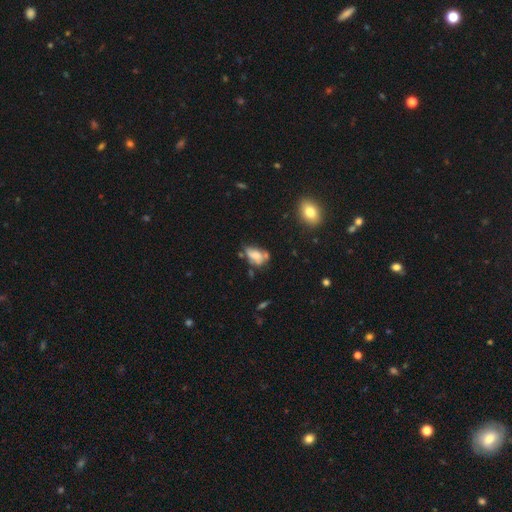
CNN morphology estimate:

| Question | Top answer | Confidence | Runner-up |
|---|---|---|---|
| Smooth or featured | smooth | 60% | featured or disk (29%) |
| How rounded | in between | 88% | round (8%) |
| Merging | none | 34% | minor disturbance (29%) |